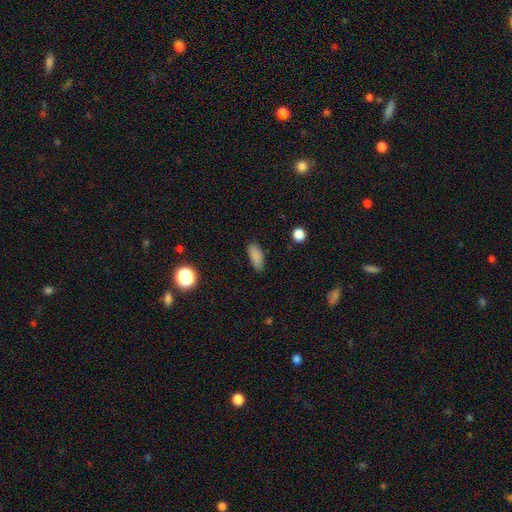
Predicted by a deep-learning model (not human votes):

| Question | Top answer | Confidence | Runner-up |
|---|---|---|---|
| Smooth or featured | smooth | 87% | star or artifact (9%) |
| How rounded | in between | 78% | cigar-shaped (19%) |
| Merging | none | 85% | minor disturbance (12%) |